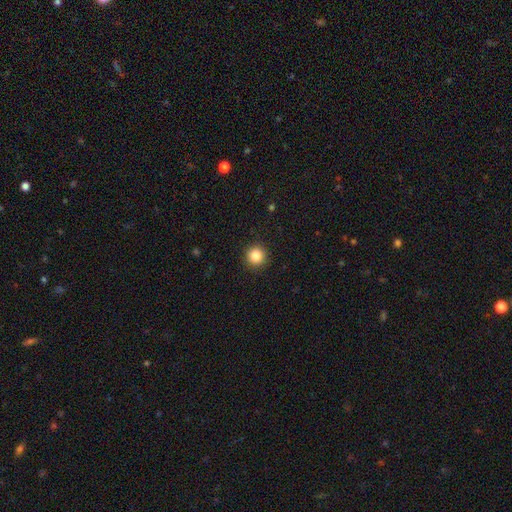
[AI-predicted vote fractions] The model was most divided on "smooth or featured": smooth: 85%, star or artifact: 10%, featured or disk: 5%. More confident: how rounded — round (95%); merging — none (92%).